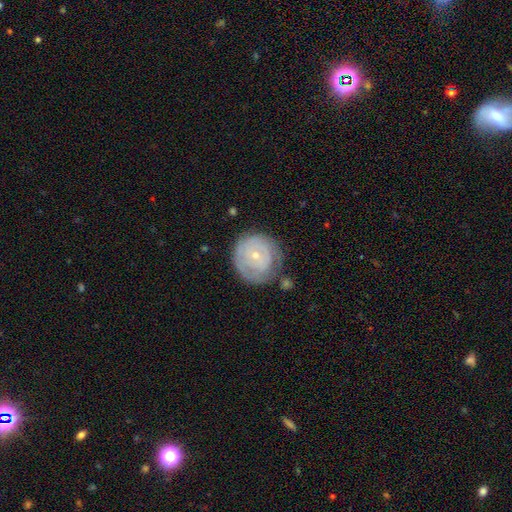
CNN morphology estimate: Smooth or featured? Predicted: featured or disk (p=0.63). Edge-on disk? Predicted: no (p=0.97). Bar? Predicted: no (p=0.82). Spiral arms? Predicted: yes (p=0.67). Bulge size? Predicted: small (p=0.73). Merging? Predicted: none (p=0.66).